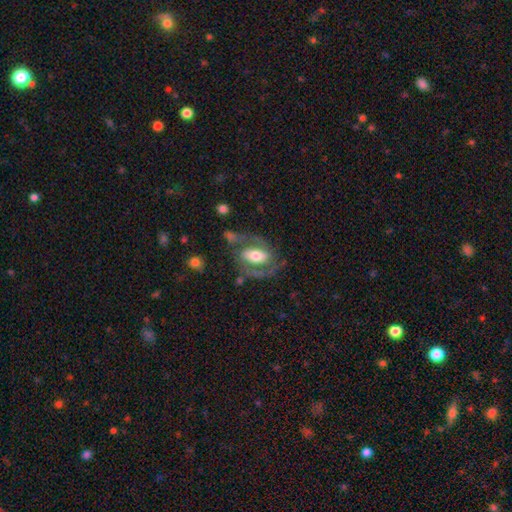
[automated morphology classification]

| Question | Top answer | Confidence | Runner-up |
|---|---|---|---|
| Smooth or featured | featured or disk | 76% | smooth (19%) |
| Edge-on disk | no | 95% | yes (5%) |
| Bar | strong | 35% | weak (34%) |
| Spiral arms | yes | 84% | no (16%) |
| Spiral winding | medium | 53% | tight (25%) |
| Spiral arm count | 2 | 87% | can't tell (5%) |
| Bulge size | moderate | 58% | large (25%) |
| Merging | none | 63% | minor disturbance (18%) |